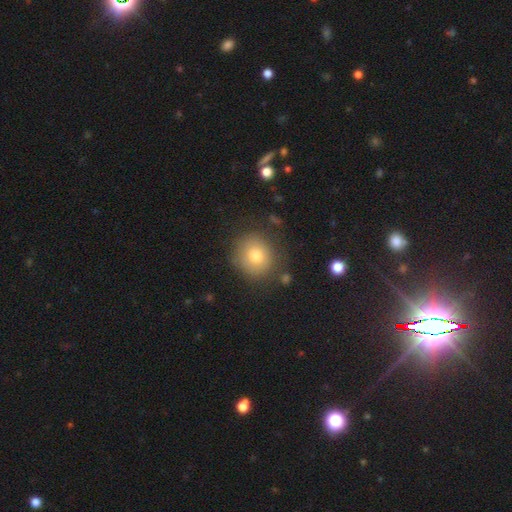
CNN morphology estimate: Smooth or featured? smooth (75%)
How rounded? round (85%)
Merging? none (80%)